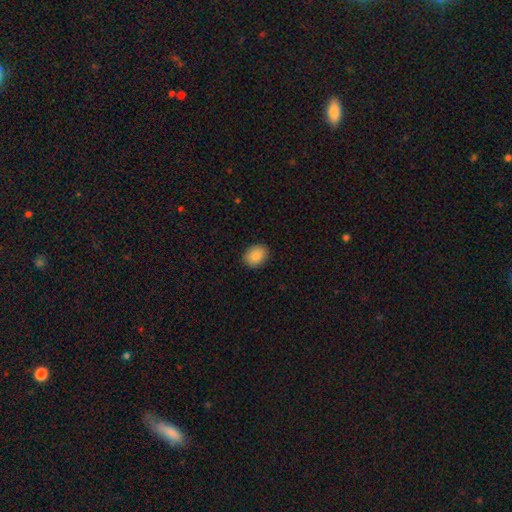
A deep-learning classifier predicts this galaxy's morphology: smooth 89%, star or artifact 8%, featured or disk 4%. Down the decision tree: how rounded — round (50%); merging — none (89%).